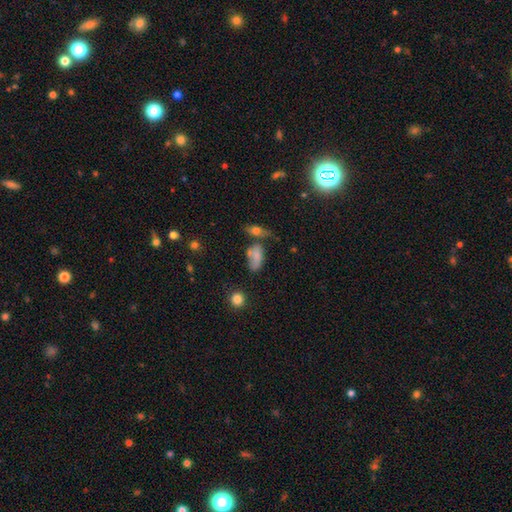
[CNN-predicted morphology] Smooth or featured?
  - smooth: 70% *
  - featured or disk: 18%
  - star or artifact: 12%
How rounded?
  - in between: 89% *
  - round: 7%
  - cigar-shaped: 4%
Merging?
  - none: 33% *
  - minor disturbance: 26%
  - merger: 23%
  - major disturbance: 17%